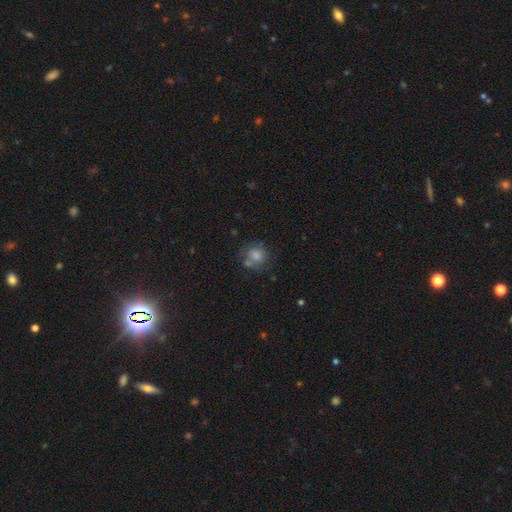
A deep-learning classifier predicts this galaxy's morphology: type=smooth (75%); roundness=round (75%); merging=none (56%).